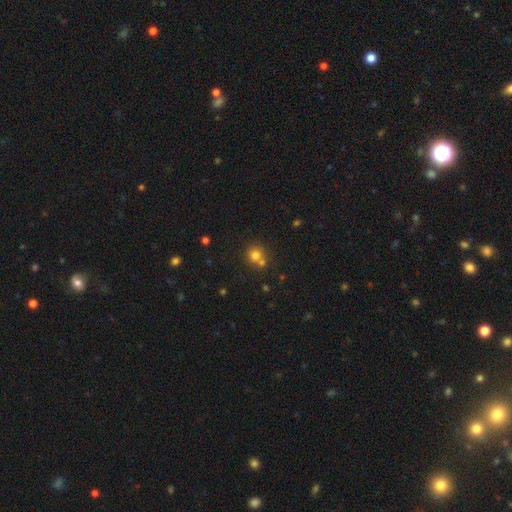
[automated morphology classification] This appears to be a smooth galaxy with no disk features (74%) that is round (88%). Merging: none (55%).